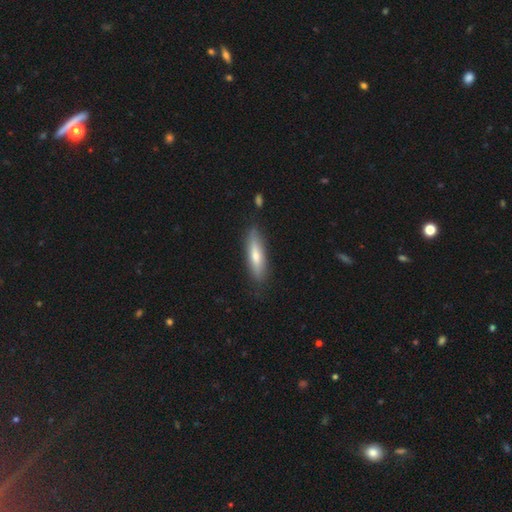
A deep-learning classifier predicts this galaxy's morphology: Smooth or featured?
  - smooth: 64% *
  - featured or disk: 31%
  - star or artifact: 6%
How rounded?
  - cigar-shaped: 70% *
  - in between: 28%
  - round: 2%
Merging?
  - none: 83% *
  - minor disturbance: 12%
  - major disturbance: 3%
  - merger: 2%